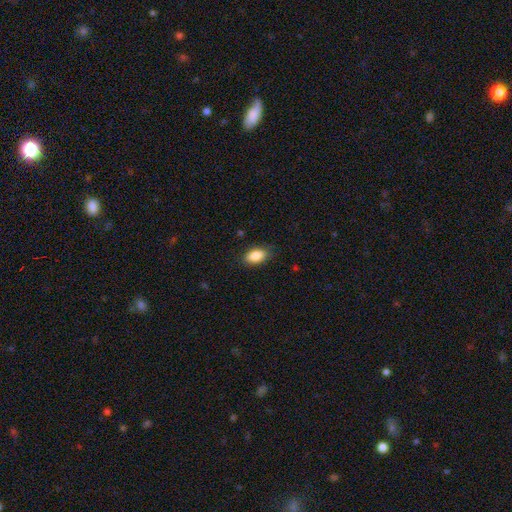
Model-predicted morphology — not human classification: This appears to be a smooth galaxy with no disk features (87%) that is in between round and cigar-shaped (92%). Merging: none (84%).